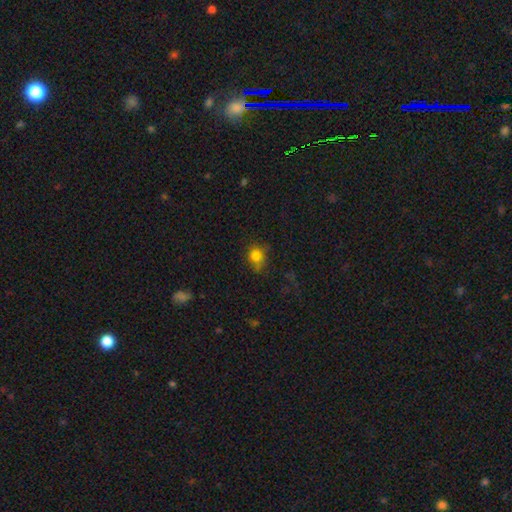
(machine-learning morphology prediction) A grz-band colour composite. It shows a smooth galaxy with no disk features (79%) that is round (70%). Merging: none (62%).